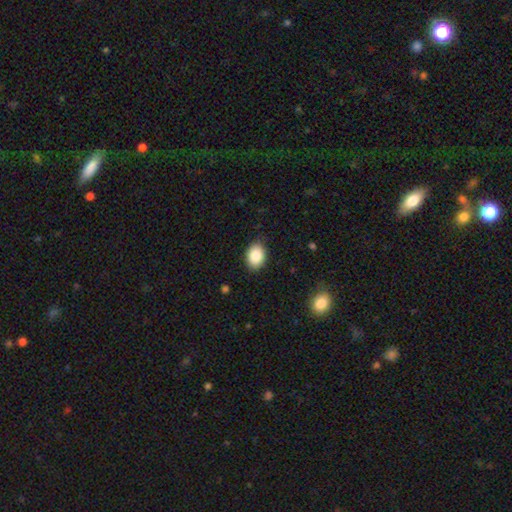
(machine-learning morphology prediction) Q: Smooth or featured?
A: smooth (86%); runner-up: star or artifact (8%)
Q: How rounded?
A: in between (74%); runner-up: round (25%)
Q: Merging?
A: none (85%); runner-up: minor disturbance (12%)